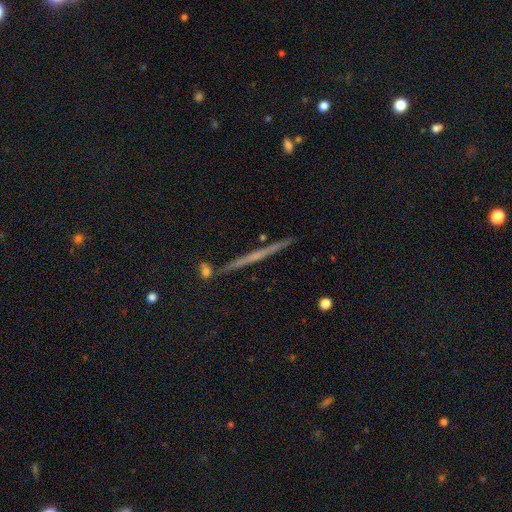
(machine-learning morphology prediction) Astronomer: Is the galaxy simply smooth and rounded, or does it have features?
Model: featured or disk — 61%.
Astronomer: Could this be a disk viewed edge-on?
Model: yes — 97%.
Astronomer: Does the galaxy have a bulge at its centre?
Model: none — 81%.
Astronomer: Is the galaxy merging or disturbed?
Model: none — 88%.